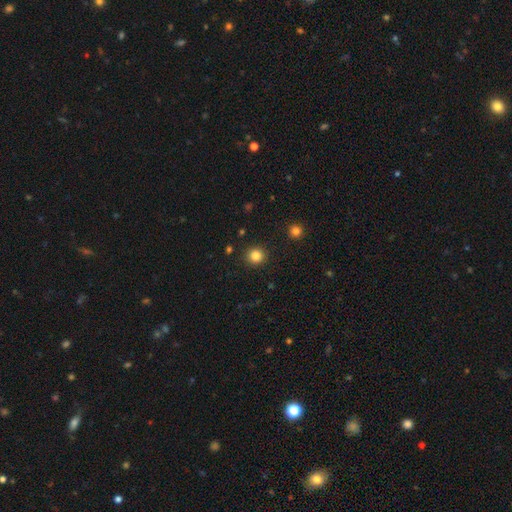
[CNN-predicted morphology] Overall: smooth (84%). How rounded: round (92%). Merging: none (91%).